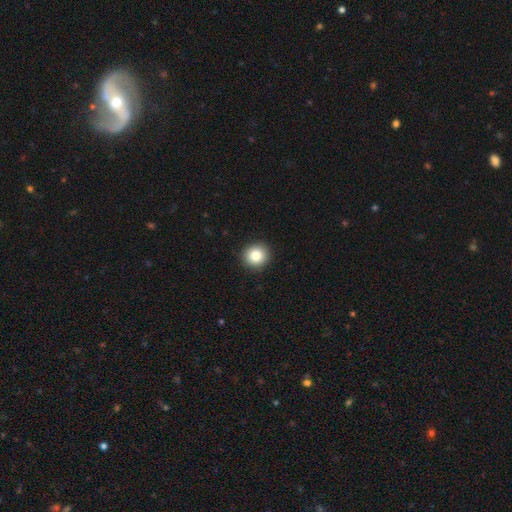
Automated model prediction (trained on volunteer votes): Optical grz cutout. It shows a smooth galaxy with no disk features (83%) that is round (90%). Merging: none (92%).